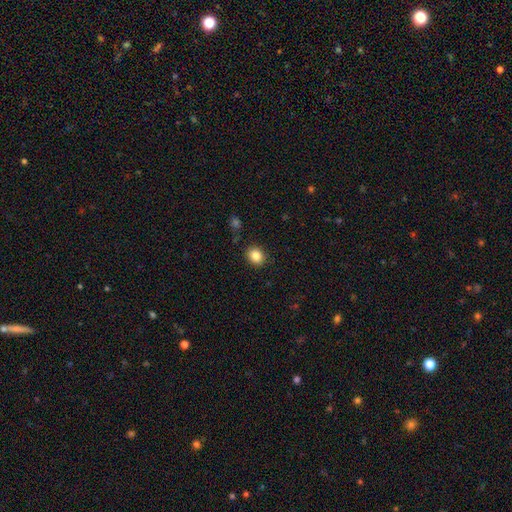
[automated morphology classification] smooth 85%, star or artifact 10%, featured or disk 5%. Down the decision tree: how rounded — round (68%); merging — none (89%).